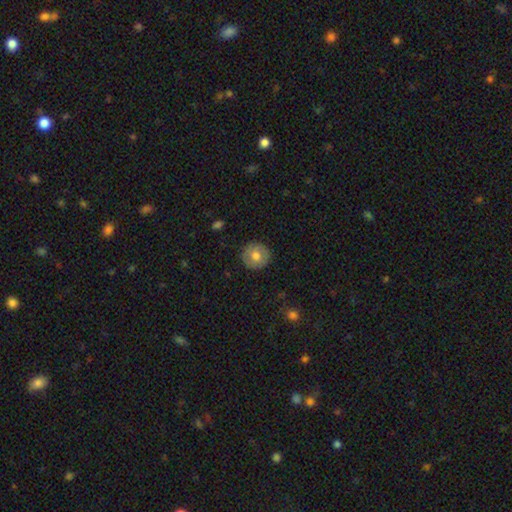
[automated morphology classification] The model was most divided on "smooth or featured": smooth: 69%, featured or disk: 23%, star or artifact: 7%. More confident: how rounded — round (93%); merging — none (89%).